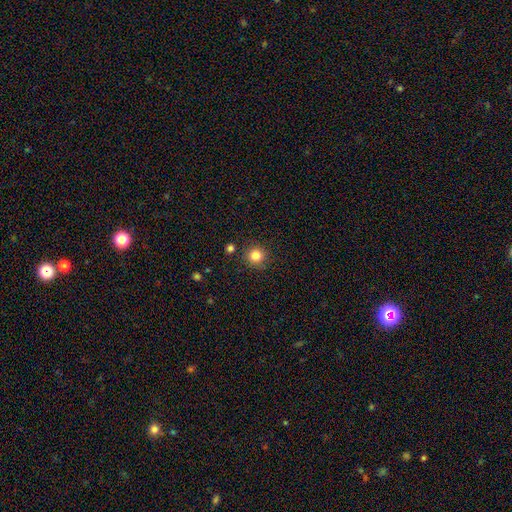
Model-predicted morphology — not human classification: Smooth or featured? Predicted: smooth (p=0.83). How rounded? Predicted: round (p=0.94). Merging? Predicted: none (p=0.88).